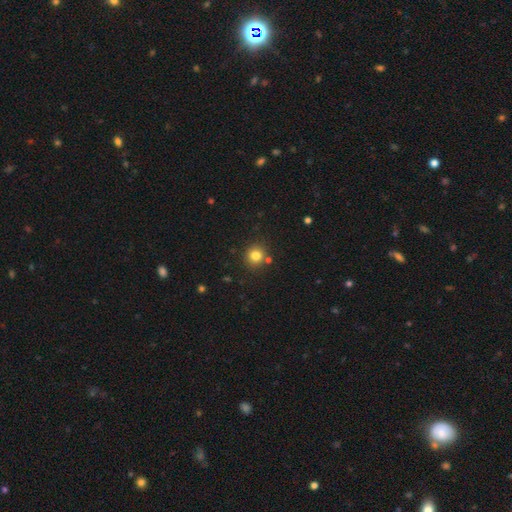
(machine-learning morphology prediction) smooth-or-featured: smooth: 80% | star or artifact: 13% | featured or disk: 7%
  how-rounded: round: 89% | in between: 10% | cigar-shaped: 1%
  merging: none: 83% | minor disturbance: 8% | merger: 6% | major disturbance: 2%